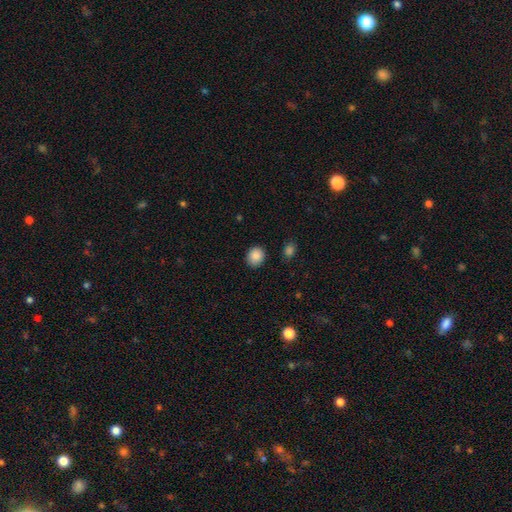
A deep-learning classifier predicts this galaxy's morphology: This appears to be a smooth galaxy with no disk features (87%) that is round (73%). Merging: none (88%).